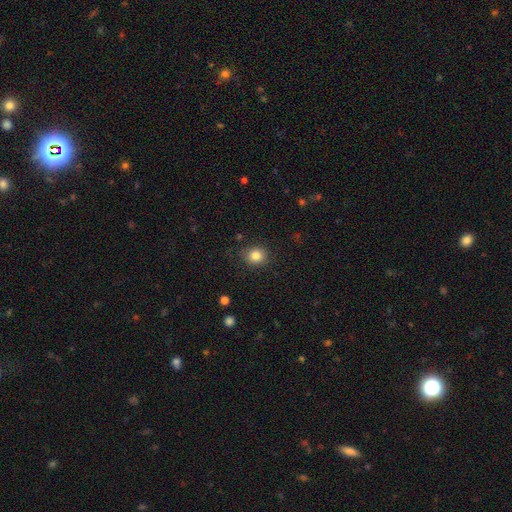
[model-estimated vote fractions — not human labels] This is clearly a smooth galaxy (83%). How rounded: likely round (75%). Merging: clearly none (82%).